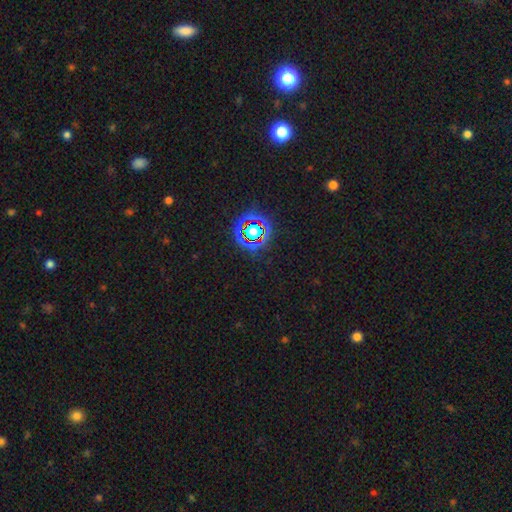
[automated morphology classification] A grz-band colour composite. It shows a star or artifact, not a galaxy (75%).